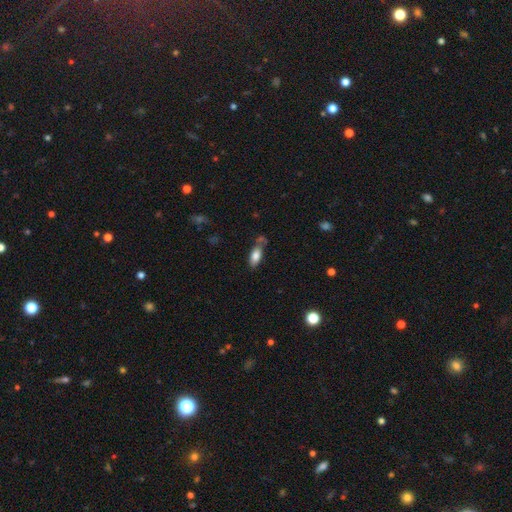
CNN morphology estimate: Smooth or featured: smooth — 78% (featured or disk — 14%)
How rounded: in between — 84% (cigar-shaped — 13%)
Merging: none — 57% (minor disturbance — 21%)